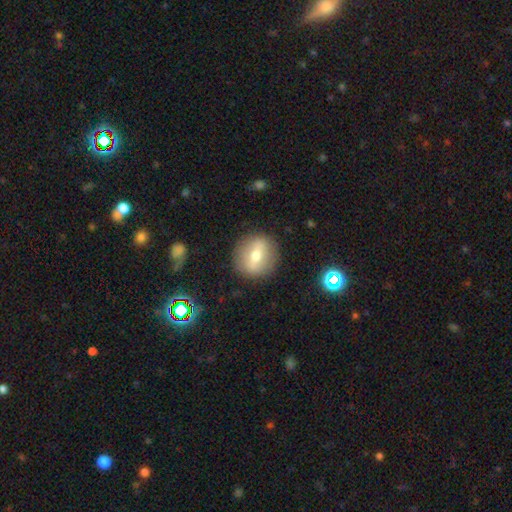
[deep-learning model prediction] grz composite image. It shows a smooth galaxy with no disk features (48%). Merging: none (86%).